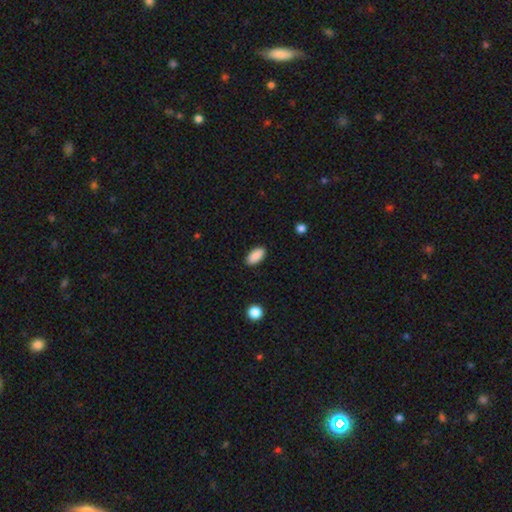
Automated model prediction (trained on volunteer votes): This appears to be a smooth galaxy with no disk features (90%) that is in between round and cigar-shaped (92%). Merging: none (89%).